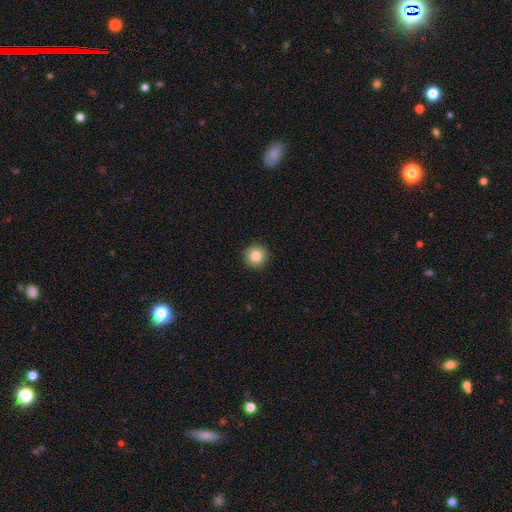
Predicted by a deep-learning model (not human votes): The model was most divided on "smooth or featured": smooth: 84%, star or artifact: 10%, featured or disk: 6%. More confident: how rounded — round (95%); merging — none (93%).